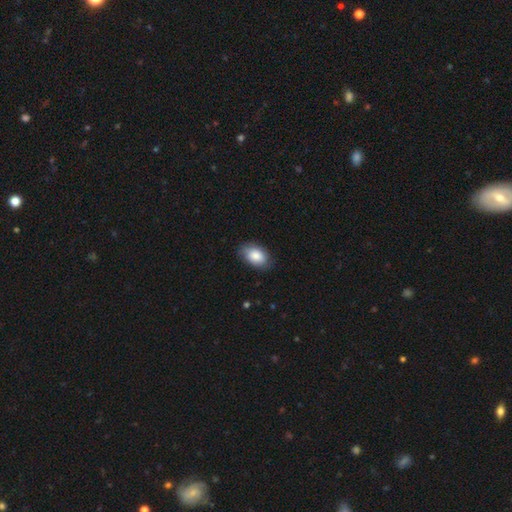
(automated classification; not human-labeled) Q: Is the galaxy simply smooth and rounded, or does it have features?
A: smooth — 83%.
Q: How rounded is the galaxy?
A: in between — 90%.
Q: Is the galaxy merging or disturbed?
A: none — 78%.